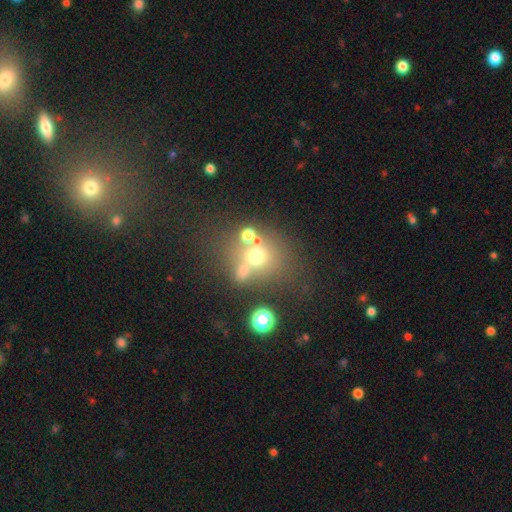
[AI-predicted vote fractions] This is possibly a smooth galaxy (60%). How rounded: likely round (76%). Merging: possibly none (52%).